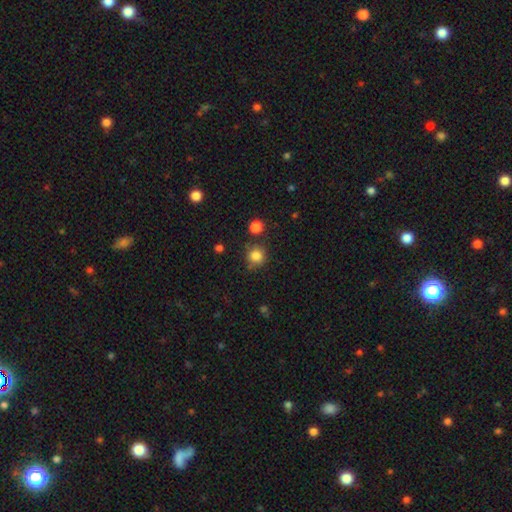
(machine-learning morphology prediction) Q: Smooth or featured?
A: smooth (84%); runner-up: star or artifact (12%)
Q: How rounded?
A: round (93%); runner-up: in between (6%)
Q: Merging?
A: none (82%); runner-up: minor disturbance (9%)